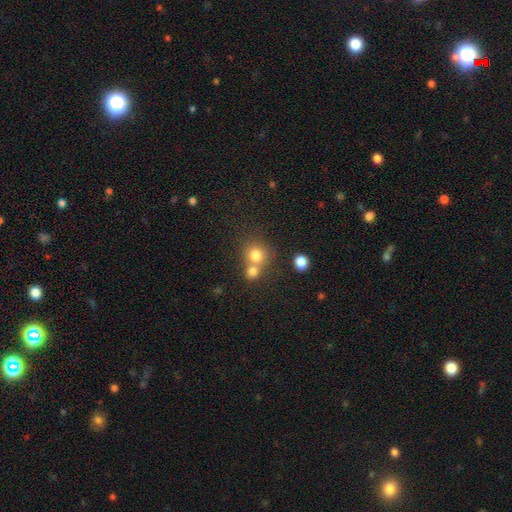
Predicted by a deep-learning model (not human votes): Smooth or featured: smooth — 77% (star or artifact — 13%)
How rounded: round — 84% (in between — 15%)
Merging: merger — 47% (none — 44%)